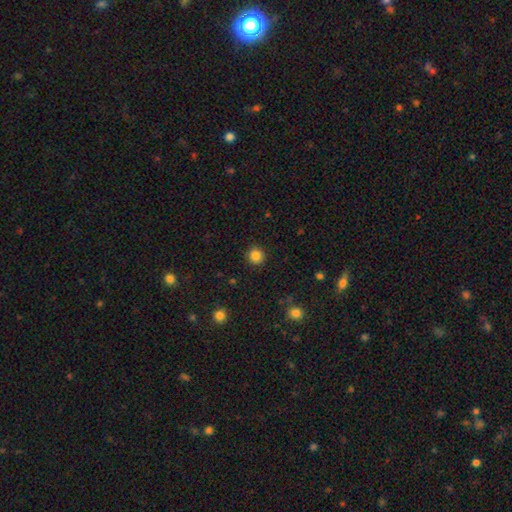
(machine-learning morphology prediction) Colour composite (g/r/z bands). It shows a smooth galaxy with no disk features (84%) that is round (93%). Merging: none (92%).